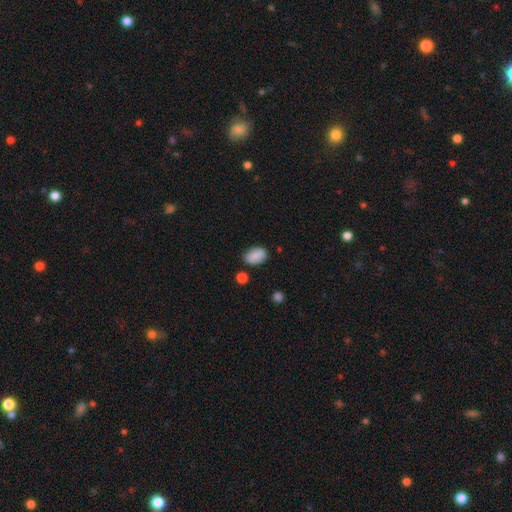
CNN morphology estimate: smooth 87%, star or artifact 8%, featured or disk 5%. Down the decision tree: how rounded — in between (89%); merging — none (79%).